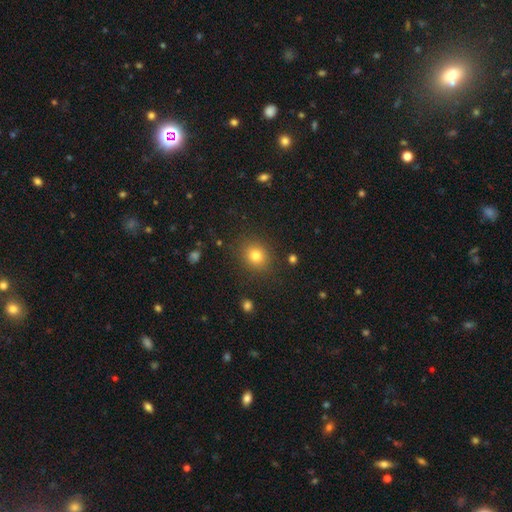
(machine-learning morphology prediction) type=smooth (79%); roundness=round (77%); merging=none (86%).